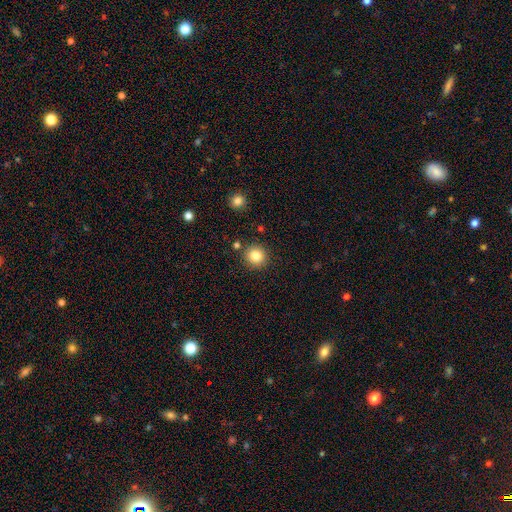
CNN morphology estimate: Smooth or featured? smooth (84%)
How rounded? round (92%)
Merging? none (87%)